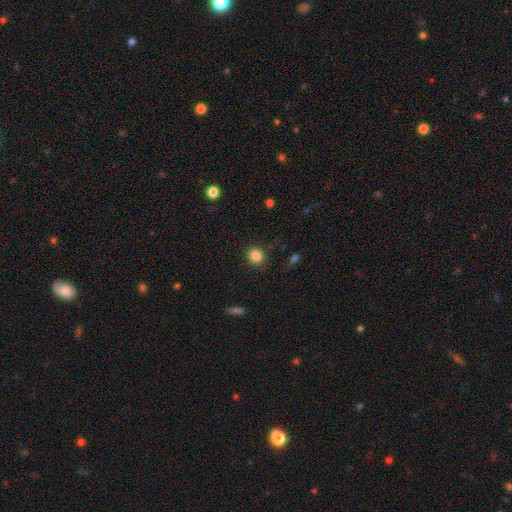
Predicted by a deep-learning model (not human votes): Smooth or featured? Predicted: smooth (p=0.85). How rounded? Predicted: round (p=0.83). Merging? Predicted: none (p=0.87).